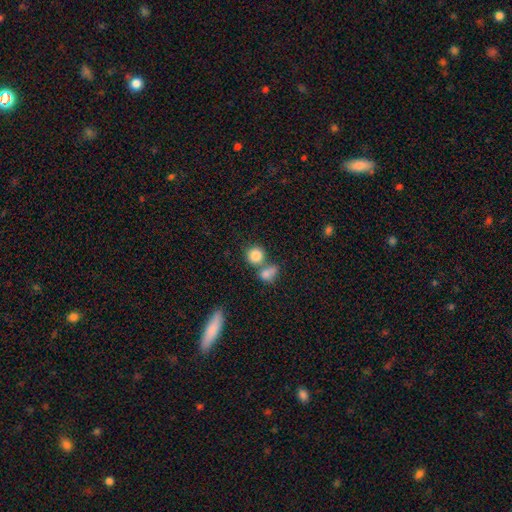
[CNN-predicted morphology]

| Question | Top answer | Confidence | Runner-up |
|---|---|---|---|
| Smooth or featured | smooth | 84% | star or artifact (9%) |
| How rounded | round | 83% | in between (15%) |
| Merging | none | 53% | merger (35%) |